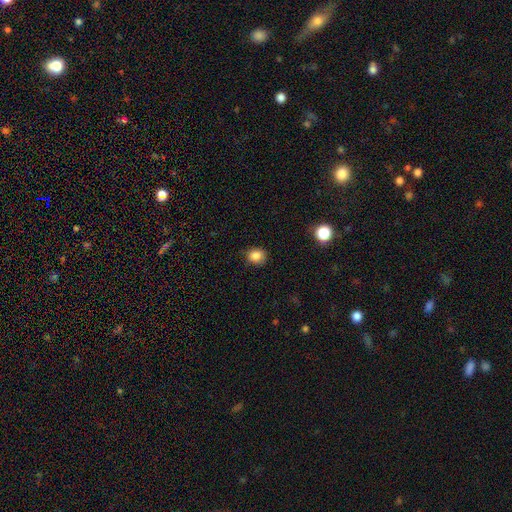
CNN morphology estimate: smooth 85%, star or artifact 11%, featured or disk 4%. Down the decision tree: how rounded — round (71%); merging — none (82%).